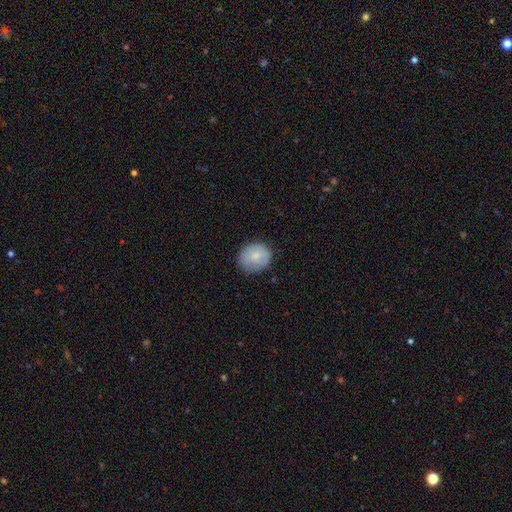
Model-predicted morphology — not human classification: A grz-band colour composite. It shows a smooth galaxy with no disk features (79%) that is round (82%). Merging: none (79%).